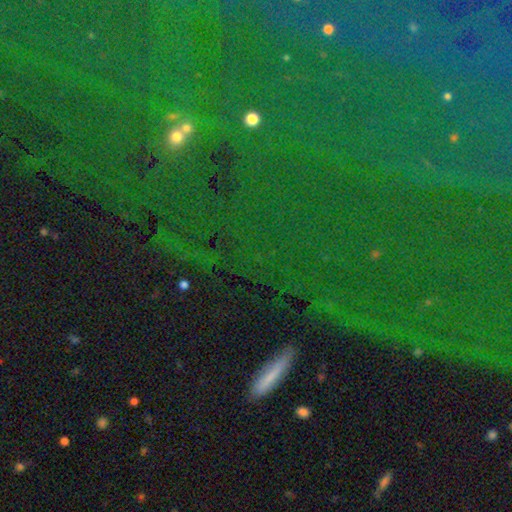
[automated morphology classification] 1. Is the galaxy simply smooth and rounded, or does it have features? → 66% star or artifact, 18% smooth, 16% featured or disk.